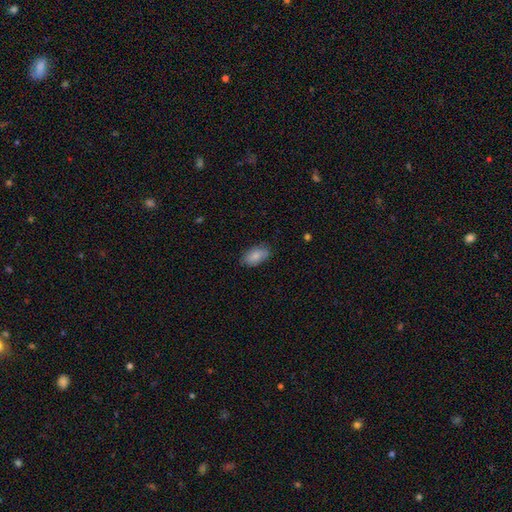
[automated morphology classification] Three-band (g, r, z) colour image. It shows a smooth galaxy with no disk features (84%) that is in between round and cigar-shaped (93%). Merging: none (80%).